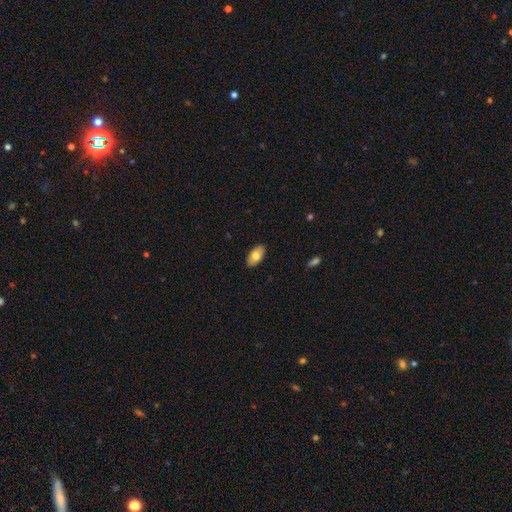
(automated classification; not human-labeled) A smooth galaxy with no disk features (76%) that is in between round and cigar-shaped (94%). Merging: none (88%).